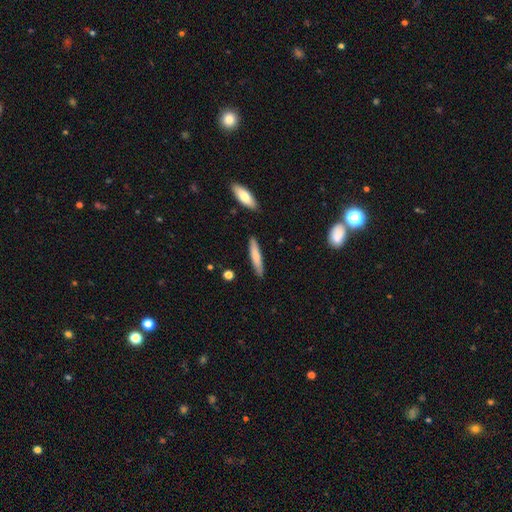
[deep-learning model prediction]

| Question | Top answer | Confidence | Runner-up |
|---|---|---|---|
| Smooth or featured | smooth | 76% | featured or disk (19%) |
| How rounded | cigar-shaped | 88% | in between (11%) |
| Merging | none | 88% | minor disturbance (9%) |